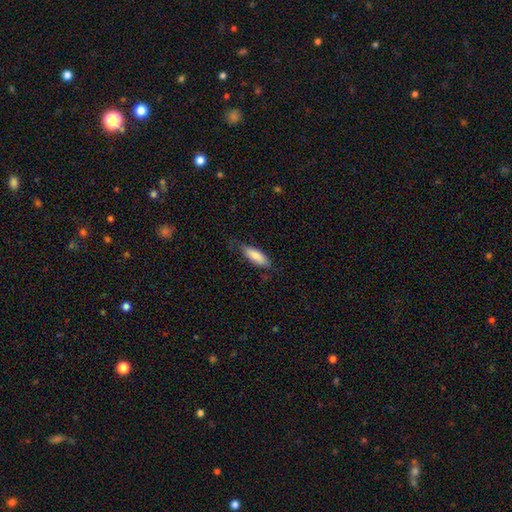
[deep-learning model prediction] Smooth or featured? Predicted: smooth (p=0.84). How rounded? Predicted: in between (p=0.63). Merging? Predicted: none (p=0.74).